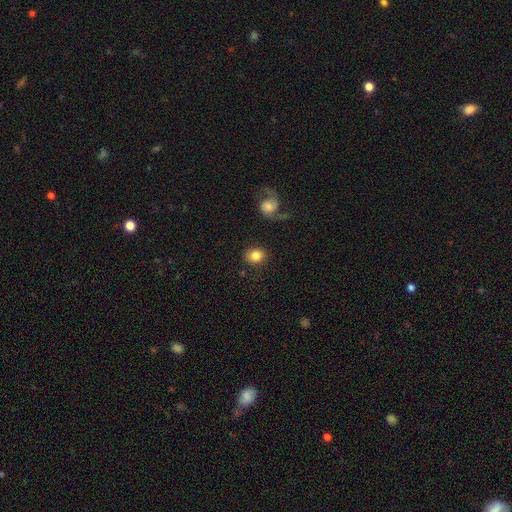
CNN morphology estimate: This appears to be a smooth galaxy with no disk features (81%) that is round (70%). Merging: none (79%).